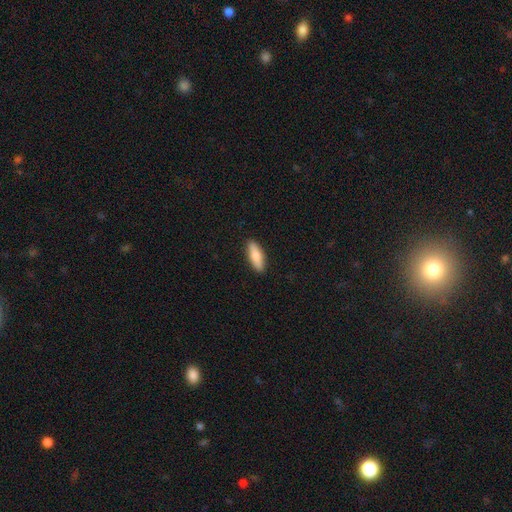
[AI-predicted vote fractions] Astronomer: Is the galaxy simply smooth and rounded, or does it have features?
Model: smooth — 80%.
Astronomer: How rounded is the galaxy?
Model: in between — 52% (runner-up: cigar-shaped, 45%).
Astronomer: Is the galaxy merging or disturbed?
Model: none — 90%.